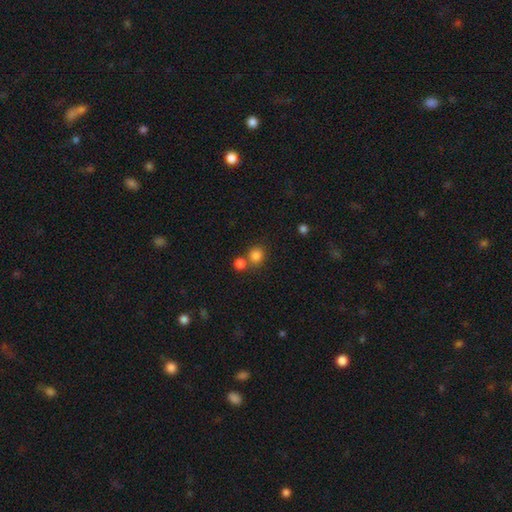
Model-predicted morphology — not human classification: This is clearly a smooth galaxy (83%). How rounded: clearly round (84%). Merging: likely none (62%).